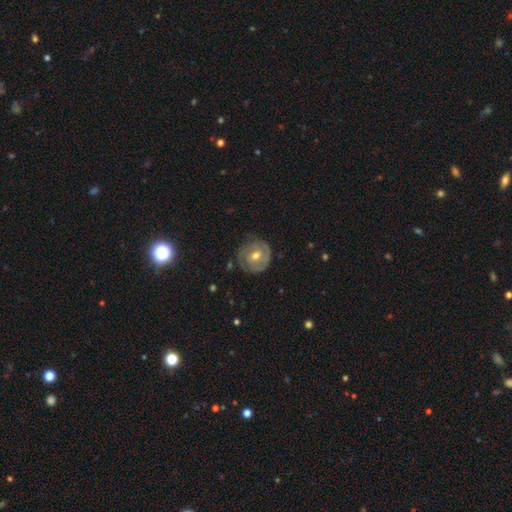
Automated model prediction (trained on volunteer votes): Smooth or featured? featured or disk (66%)
Edge-on disk? no (97%)
Bar? no (49%)
Spiral arms? yes (75%)
Bulge size? moderate (72%)
Merging? none (76%)